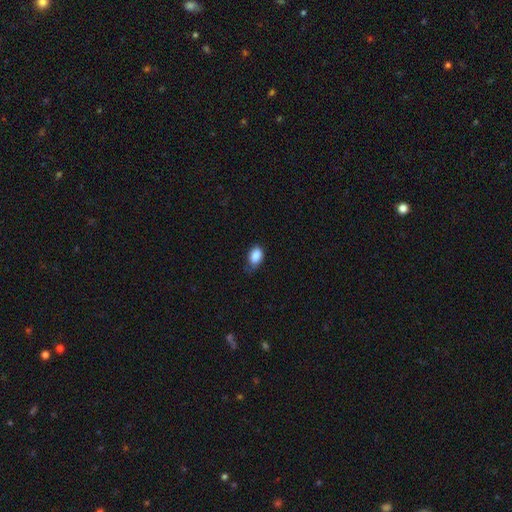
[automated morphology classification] Overall: smooth (87%). How rounded: in between (90%). Merging: none (54%; minor disturbance 35%).